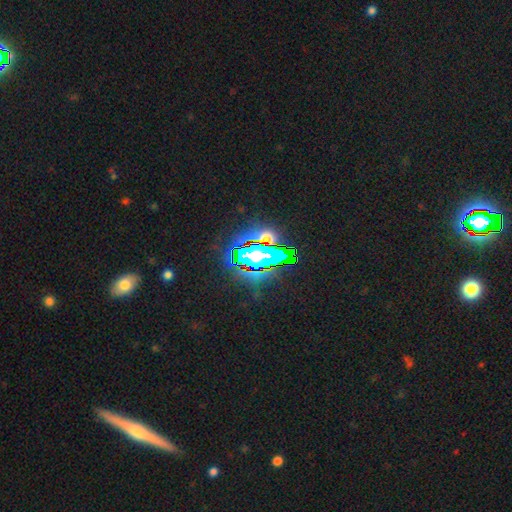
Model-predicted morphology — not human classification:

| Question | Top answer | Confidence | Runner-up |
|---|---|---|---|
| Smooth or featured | star or artifact | 69% | smooth (17%) |